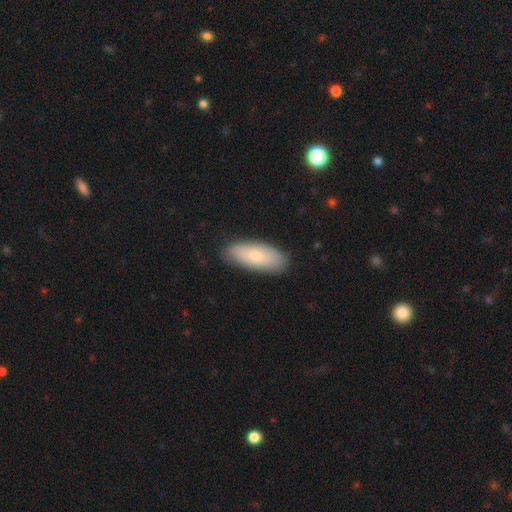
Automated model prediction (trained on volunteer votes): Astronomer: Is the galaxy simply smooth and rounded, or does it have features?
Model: smooth — 73%.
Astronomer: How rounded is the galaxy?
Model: in between — 84%.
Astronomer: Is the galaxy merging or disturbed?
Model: none — 84%.